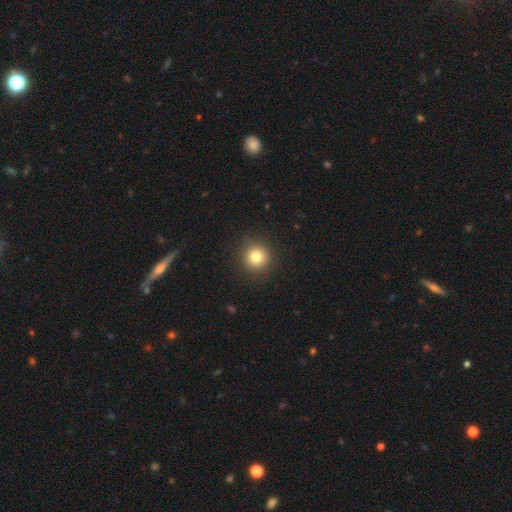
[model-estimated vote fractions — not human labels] Smooth or featured: smooth — 82% (star or artifact — 12%)
How rounded: round — 93% (in between — 6%)
Merging: none — 91% (minor disturbance — 6%)